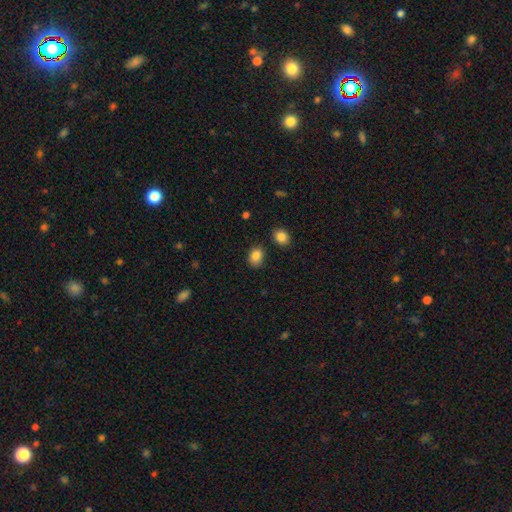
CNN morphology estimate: This appears to be a smooth galaxy with no disk features (85%) that is in between round and cigar-shaped (59%). Merging: none (80%).